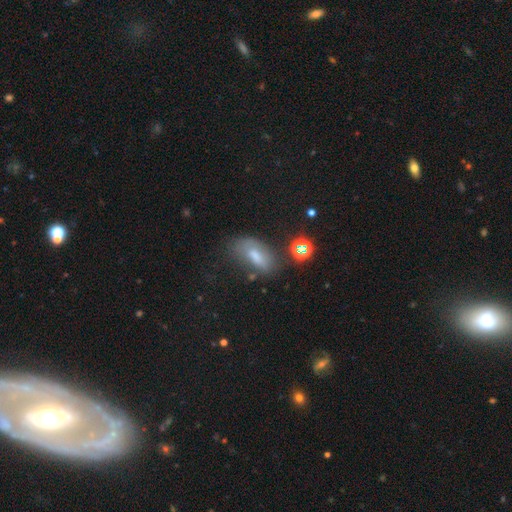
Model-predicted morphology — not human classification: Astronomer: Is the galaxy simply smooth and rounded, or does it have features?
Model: smooth — 63%.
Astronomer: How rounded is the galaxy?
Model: in between — 84%.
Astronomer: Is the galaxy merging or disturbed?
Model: none — 47% (runner-up: minor disturbance, 28%).